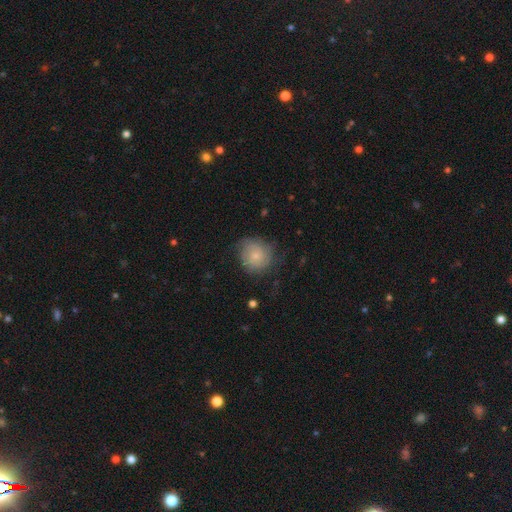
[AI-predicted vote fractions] This appears to be a smooth galaxy with no disk features (58%) that is round (88%). Merging: none (69%).